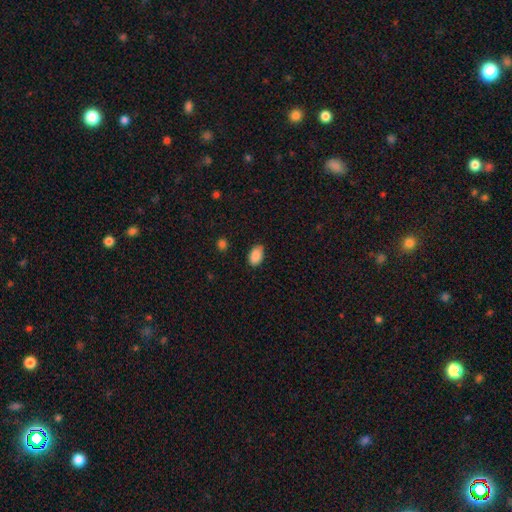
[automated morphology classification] Overall: smooth (89%). How rounded: in between (91%). Merging: none (79%).